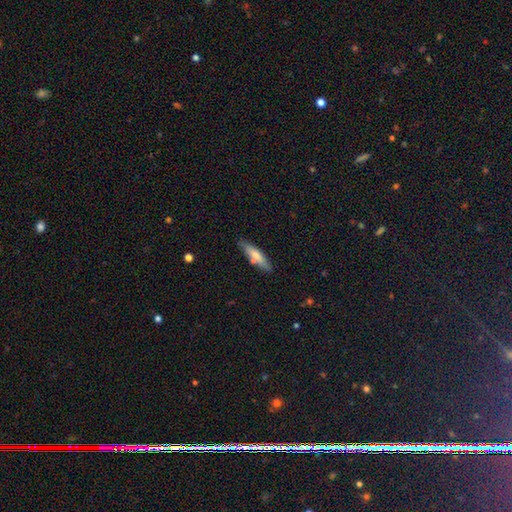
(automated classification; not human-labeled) smooth 68%, featured or disk 26%, star or artifact 6%. Down the decision tree: how rounded — cigar-shaped (72%); merging — none (79%).